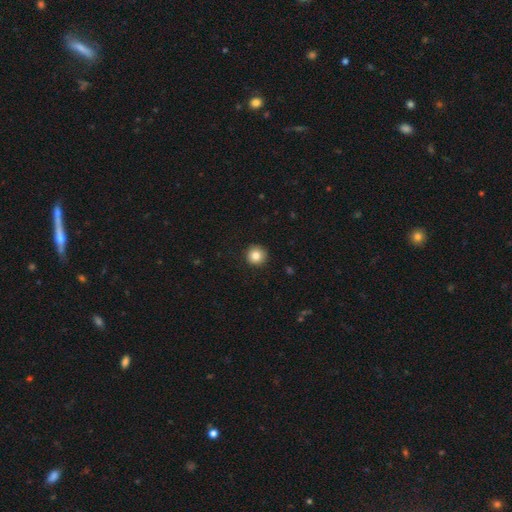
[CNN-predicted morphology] smooth_or_featured: smooth (p=0.84) [alt: star or artifact p=0.10]
how_rounded: round (p=0.95) [alt: in between p=0.04]
merging: none (p=0.91) [alt: minor disturbance p=0.06]